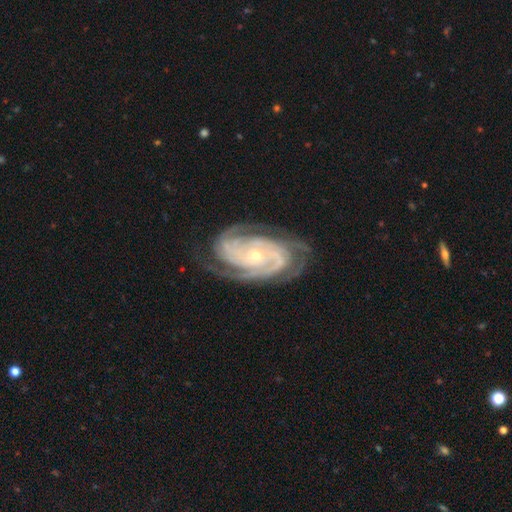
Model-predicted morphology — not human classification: smooth_or_featured: featured or disk (p=0.92) [alt: star or artifact p=0.05]
disk_edge_on: no (p=0.97) [alt: yes p=0.03]
bar: no (p=0.71) [alt: weak p=0.19]
has_spiral_arms: yes (p=0.98) [alt: no p=0.02]
spiral_winding: tight (p=0.70) [alt: medium p=0.26]
spiral_arm_count: 3 (p=0.35) [alt: 2 p=0.21]
bulge_size: small (p=0.71) [alt: moderate p=0.26]
merging: none (p=0.74) [alt: minor disturbance p=0.18]